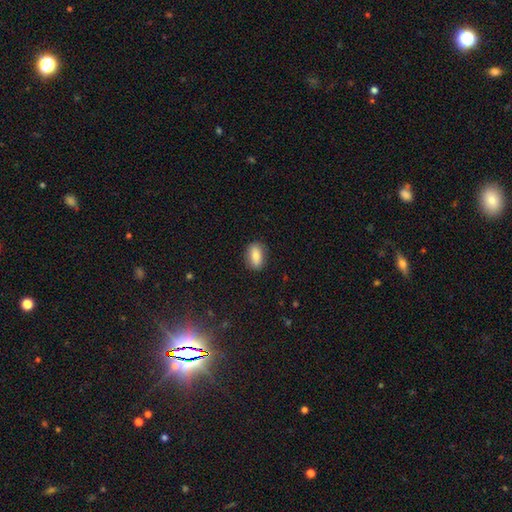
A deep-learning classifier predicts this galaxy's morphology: Overall: smooth (80%). How rounded: in between (83%). Merging: none (85%).